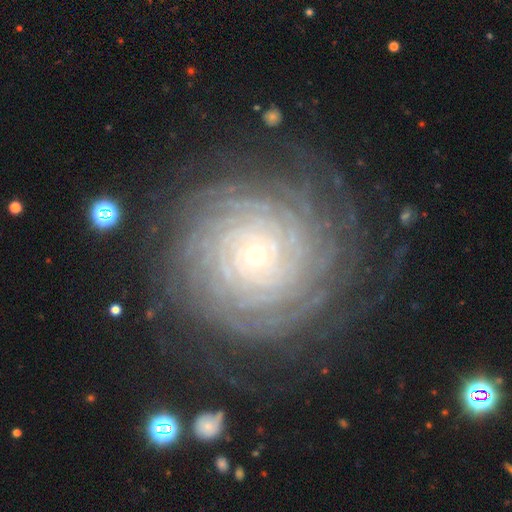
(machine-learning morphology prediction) Q: Smooth or featured?
A: featured or disk (88%); runner-up: star or artifact (6%)
Q: Edge-on disk?
A: no (98%); runner-up: yes (2%)
Q: Bar?
A: no (80%); runner-up: weak (13%)
Q: Spiral arms?
A: yes (98%); runner-up: no (2%)
Q: Spiral winding?
A: tight (91%); runner-up: medium (7%)
Q: Spiral arm count?
A: more than 4 (39%); runner-up: can't tell (22%)
Q: Bulge size?
A: small (78%); runner-up: moderate (19%)
Q: Merging?
A: none (82%); runner-up: minor disturbance (11%)